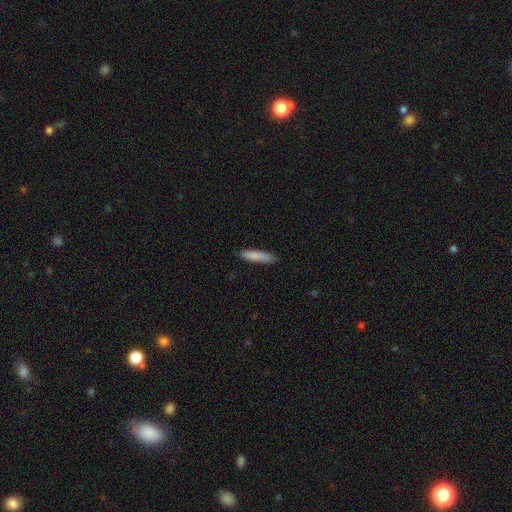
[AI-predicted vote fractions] Smooth or featured: smooth — 85% (featured or disk — 9%)
How rounded: cigar-shaped — 83% (in between — 16%)
Merging: none — 80% (minor disturbance — 16%)